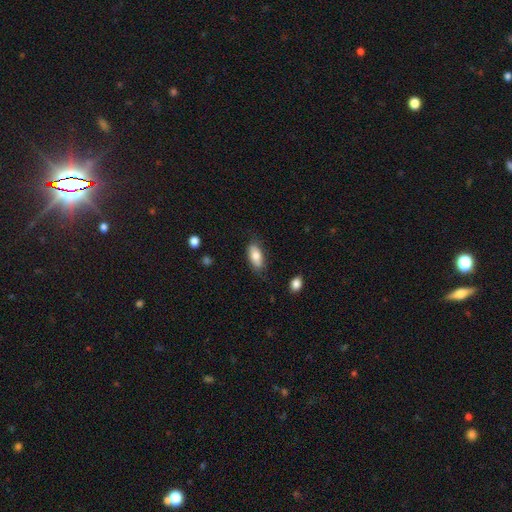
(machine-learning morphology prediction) Smooth or featured?
  - smooth: 79% *
  - featured or disk: 14%
  - star or artifact: 7%
How rounded?
  - in between: 87% *
  - cigar-shaped: 10%
  - round: 3%
Merging?
  - none: 78% *
  - minor disturbance: 16%
  - major disturbance: 4%
  - merger: 1%